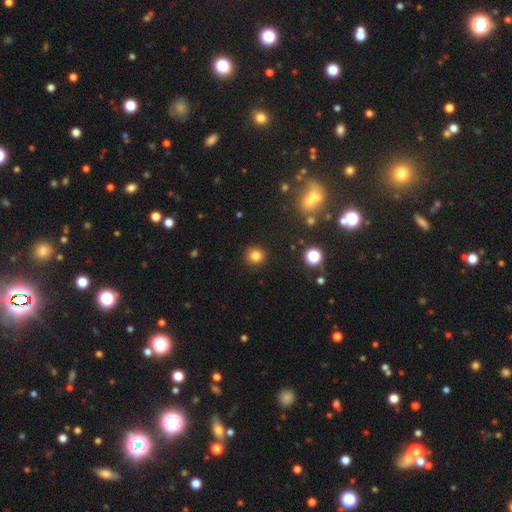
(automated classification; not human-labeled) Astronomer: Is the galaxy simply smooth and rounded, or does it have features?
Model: smooth — 81%.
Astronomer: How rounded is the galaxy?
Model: round — 90%.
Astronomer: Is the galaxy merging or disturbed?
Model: none — 90%.